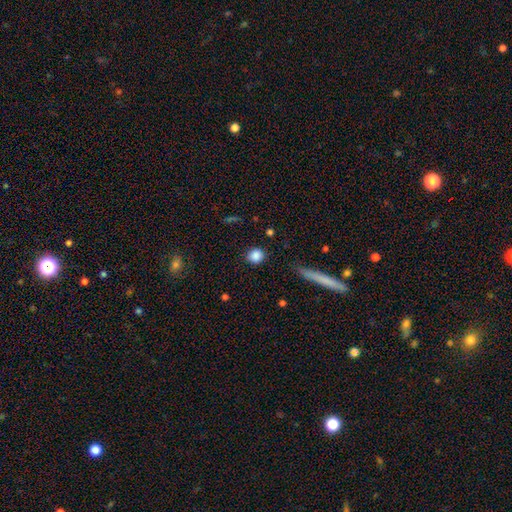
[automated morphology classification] Overall: smooth (86%). How rounded: round (88%). Merging: none (88%).